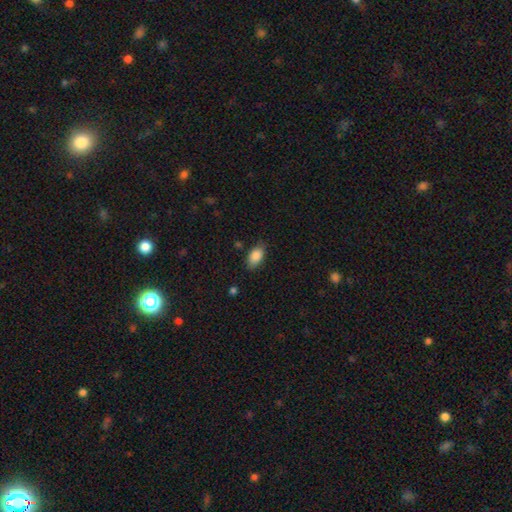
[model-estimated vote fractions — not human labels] A smooth galaxy with no disk features (87%) that is in between round and cigar-shaped (92%).

Vote fractions:
- Smooth or featured? smooth: 87% / star or artifact: 7% / featured or disk: 6%
- How rounded? in between: 92% / round: 5% / cigar-shaped: 3%
- Merging? none: 79% / minor disturbance: 16% / major disturbance: 4% / merger: 1%